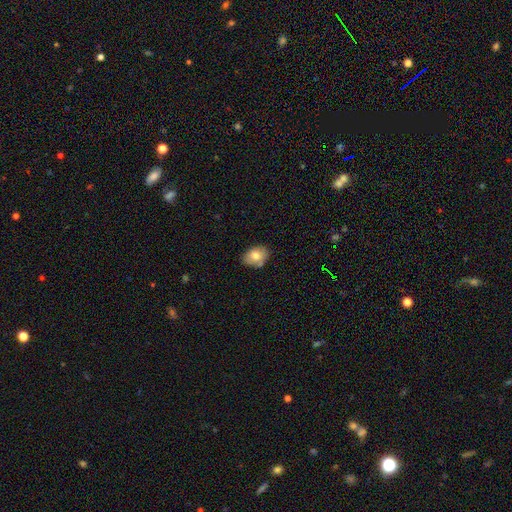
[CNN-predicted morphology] smooth-or-featured: smooth: 76% | featured or disk: 16% | star or artifact: 8%
  how-rounded: in between: 78% | round: 21% | cigar-shaped: 1%
  merging: none: 72% | minor disturbance: 20% | merger: 5% | major disturbance: 3%